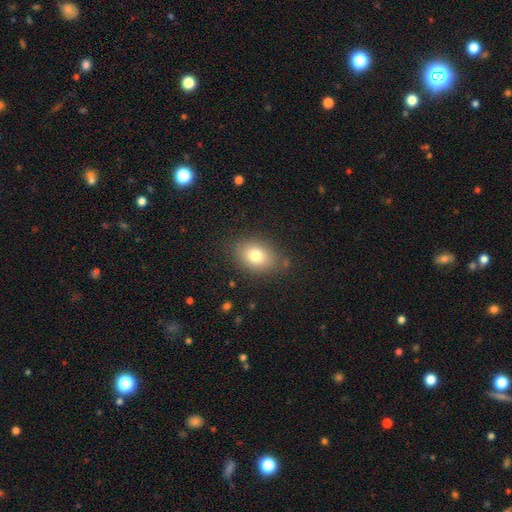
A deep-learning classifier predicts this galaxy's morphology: Smooth or featured: smooth — 78% (featured or disk — 12%)
How rounded: in between — 72% (round — 27%)
Merging: none — 81% (minor disturbance — 13%)